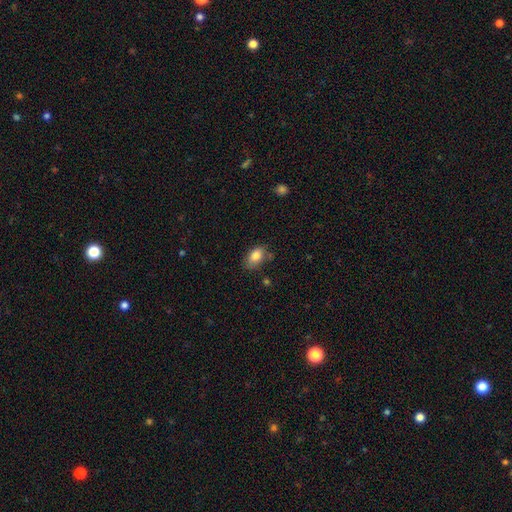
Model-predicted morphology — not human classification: Smooth or featured? smooth (83%)
How rounded? in between (88%)
Merging? none (70%)